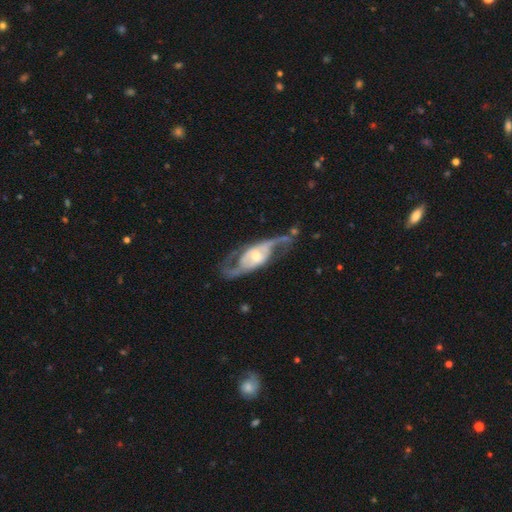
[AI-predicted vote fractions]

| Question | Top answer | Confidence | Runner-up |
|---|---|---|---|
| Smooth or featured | featured or disk | 86% | smooth (9%) |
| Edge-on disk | no | 87% | yes (13%) |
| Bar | no | 42% | weak (40%) |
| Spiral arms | yes | 90% | no (10%) |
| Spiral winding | medium | 44% | loose (41%) |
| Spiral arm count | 2 | 86% | can't tell (7%) |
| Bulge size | moderate | 50% | small (31%) |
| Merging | none | 61% | major disturbance (18%) |